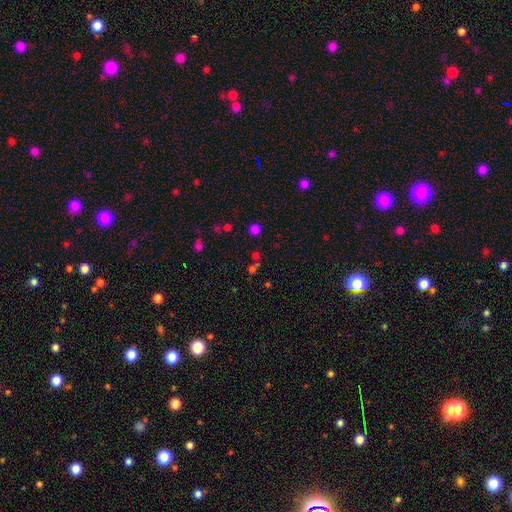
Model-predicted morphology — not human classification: Smooth or featured? smooth (54%)
How rounded? round (87%)
Merging? none (69%)